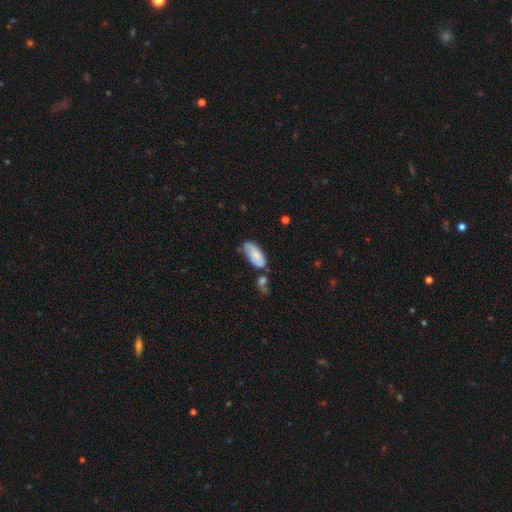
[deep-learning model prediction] This is likely a smooth galaxy (77%). How rounded: clearly in between (87%). Merging: possibly none (49%).